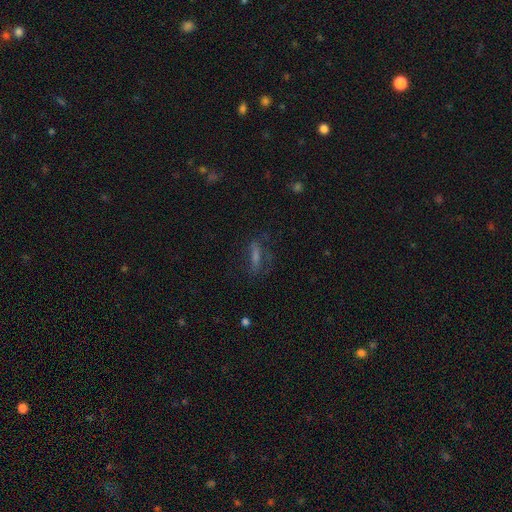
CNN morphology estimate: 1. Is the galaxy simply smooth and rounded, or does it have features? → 40% smooth, 38% featured or disk, 22% star or artifact.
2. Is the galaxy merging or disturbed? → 64% none, 18% minor disturbance, 16% major disturbance, 2% merger.